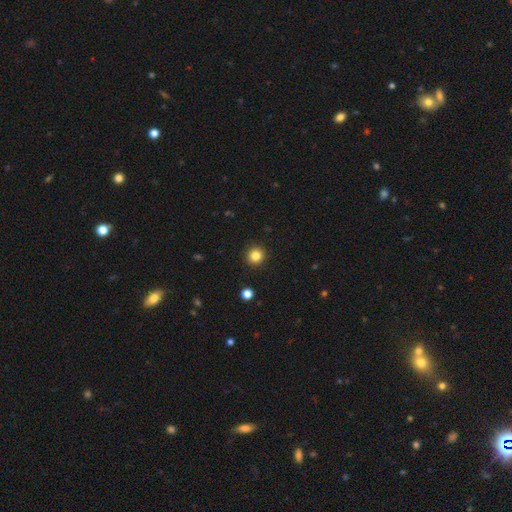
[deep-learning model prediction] Q: Smooth or featured?
A: smooth (83%); runner-up: star or artifact (12%)
Q: How rounded?
A: round (94%); runner-up: in between (5%)
Q: Merging?
A: none (93%); runner-up: minor disturbance (4%)